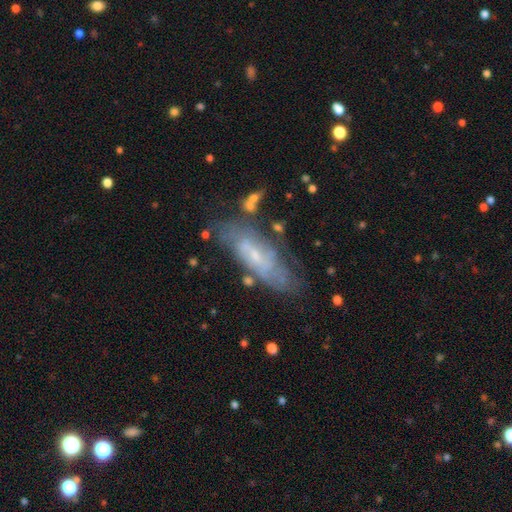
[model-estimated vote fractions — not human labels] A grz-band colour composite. It shows a featured or disk galaxy (66%) with no bar (56%), spiral arms (74%) and a small central bulge (69%). Merging: none (65%).